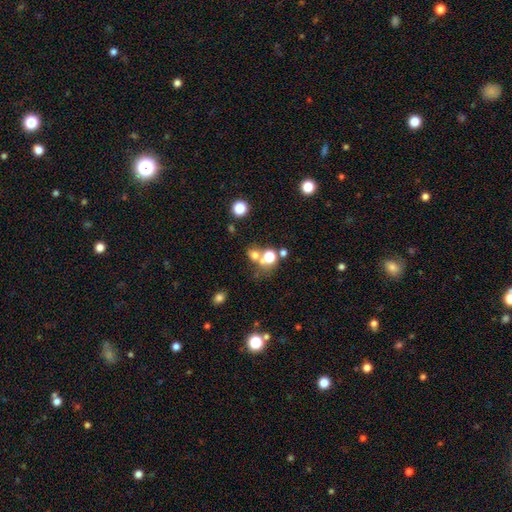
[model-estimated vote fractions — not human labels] A smooth galaxy with no disk features (65%) that is round (69%). Merging: merger (44%).